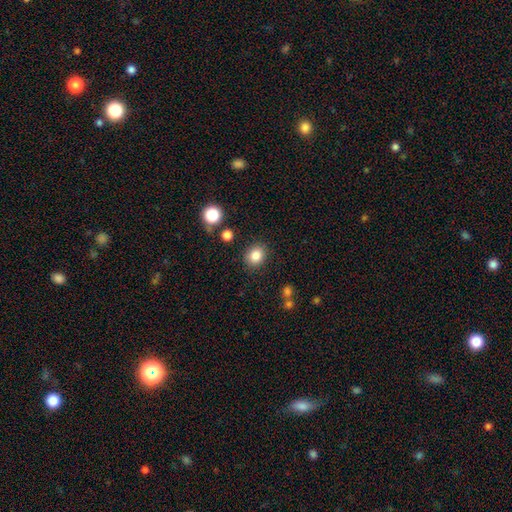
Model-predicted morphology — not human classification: Overall: smooth (84%). How rounded: round (70%; in between 30%). Merging: none (87%).